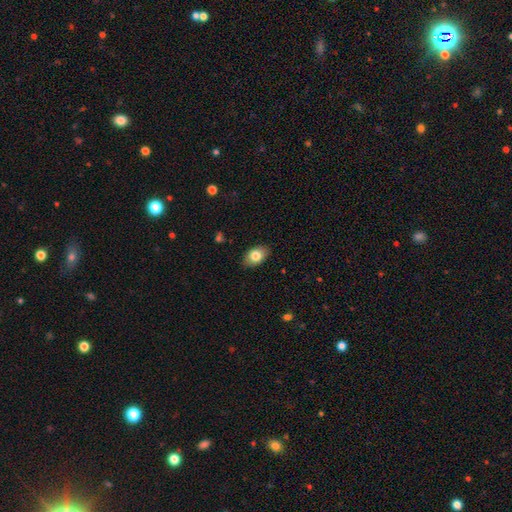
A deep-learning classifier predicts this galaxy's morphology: type=smooth (81%); roundness=in between (87%); merging=none (87%).